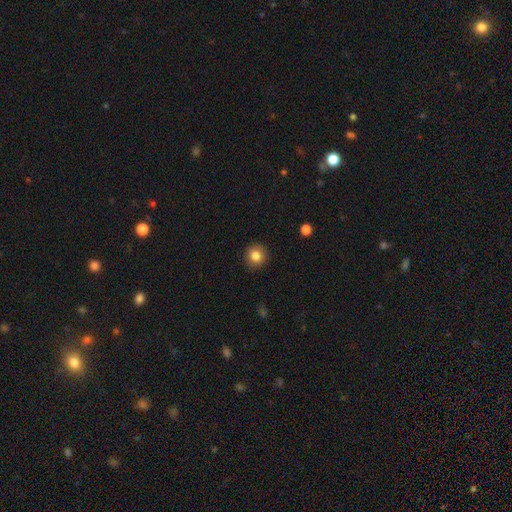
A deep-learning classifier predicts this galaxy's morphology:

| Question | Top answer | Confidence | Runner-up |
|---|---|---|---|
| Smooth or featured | smooth | 84% | star or artifact (10%) |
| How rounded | round | 91% | in between (8%) |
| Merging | none | 90% | minor disturbance (7%) |